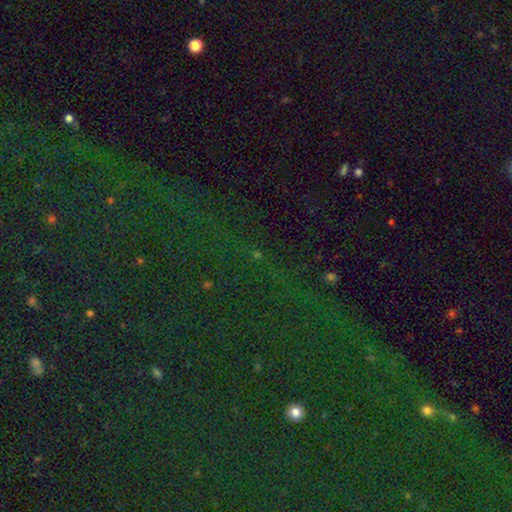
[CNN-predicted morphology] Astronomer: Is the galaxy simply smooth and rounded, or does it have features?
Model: star or artifact — 82%.